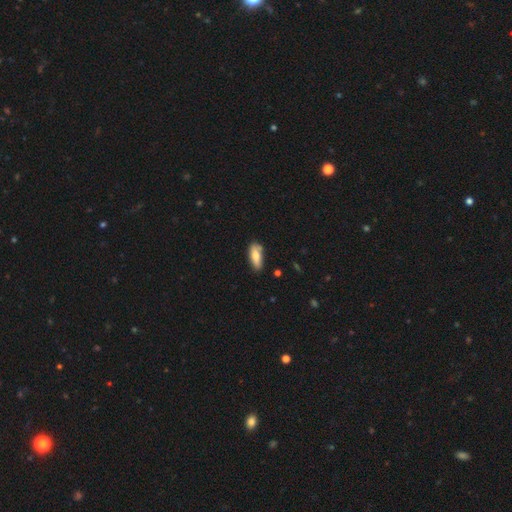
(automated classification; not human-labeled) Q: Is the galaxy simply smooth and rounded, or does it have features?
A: smooth — 72%.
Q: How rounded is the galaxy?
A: in between — 73%.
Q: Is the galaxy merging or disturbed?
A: none — 74%.